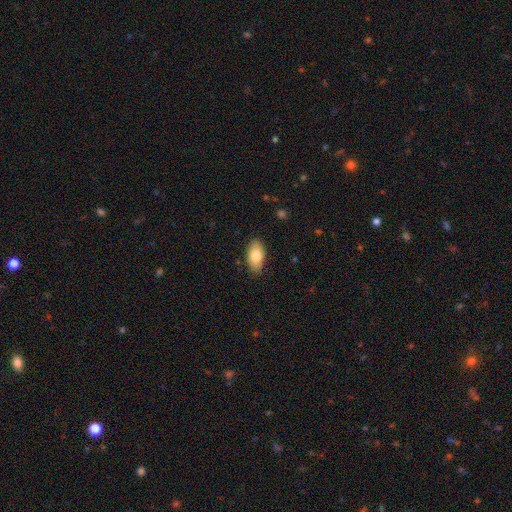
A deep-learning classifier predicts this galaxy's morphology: smooth_or_featured: smooth (p=0.79) [alt: featured or disk p=0.15]
how_rounded: in between (p=0.93) [alt: round p=0.04]
merging: none (p=0.87) [alt: minor disturbance p=0.10]